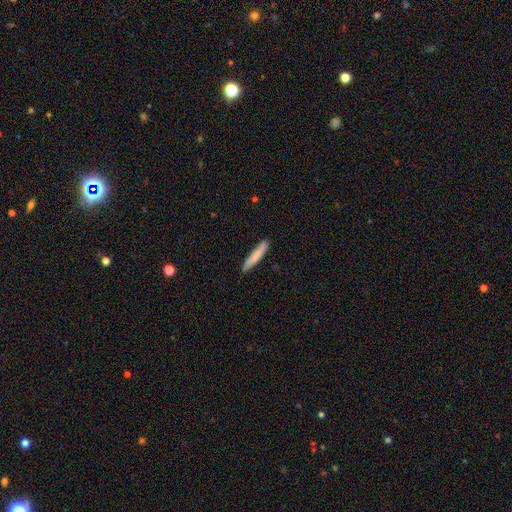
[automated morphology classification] This is likely a smooth galaxy (78%). How rounded: clearly cigar-shaped (94%). Merging: clearly none (87%).